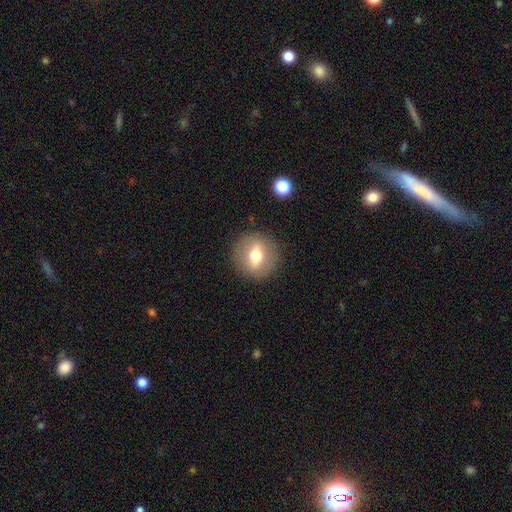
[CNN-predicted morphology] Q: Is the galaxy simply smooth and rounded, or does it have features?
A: smooth — 56%.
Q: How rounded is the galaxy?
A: round — 85%.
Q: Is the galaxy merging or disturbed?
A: none — 89%.